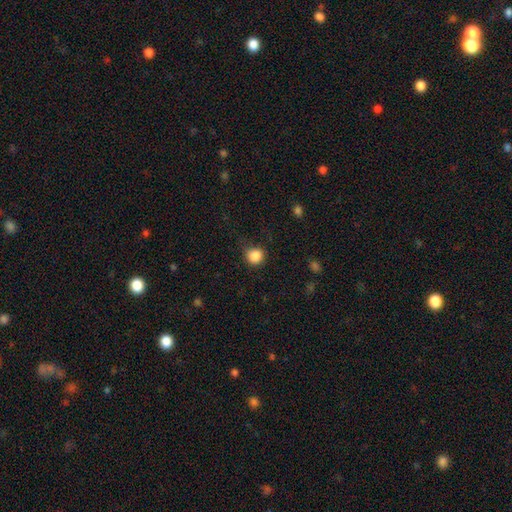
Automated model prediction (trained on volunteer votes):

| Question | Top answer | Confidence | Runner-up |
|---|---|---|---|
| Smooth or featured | smooth | 86% | star or artifact (10%) |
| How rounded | round | 89% | in between (10%) |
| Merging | none | 75% | minor disturbance (18%) |